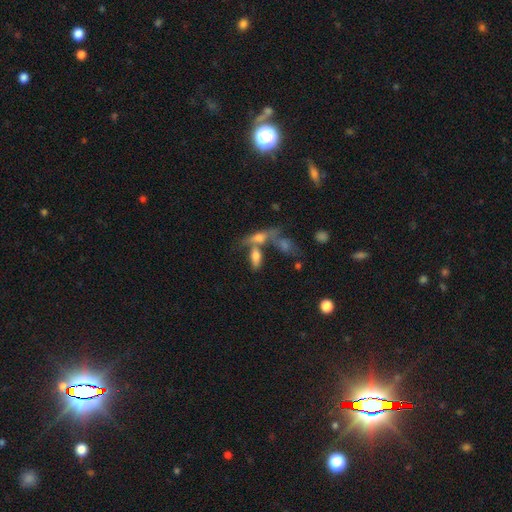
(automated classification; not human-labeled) smooth-or-featured: smooth: 64% | featured or disk: 25% | star or artifact: 11%
  how-rounded: in between: 71% | cigar-shaped: 24% | round: 5%
  merging: merger: 44% | none: 38% | minor disturbance: 11% | major disturbance: 7%